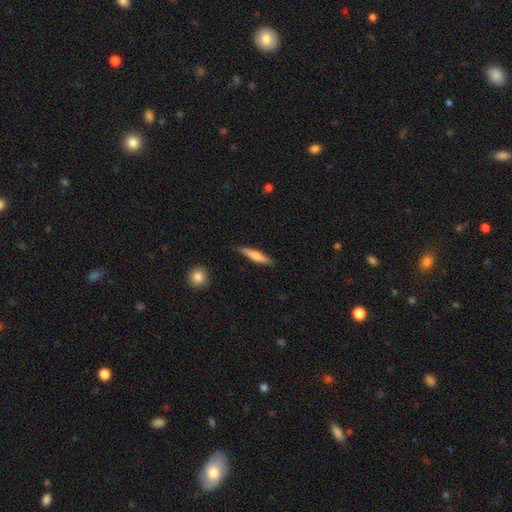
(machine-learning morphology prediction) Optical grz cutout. It shows a smooth galaxy with no disk features (58%) that is cigar-shaped (87%). Merging: none (89%).